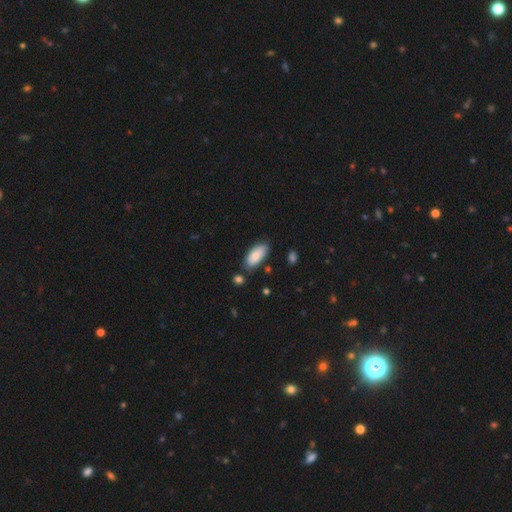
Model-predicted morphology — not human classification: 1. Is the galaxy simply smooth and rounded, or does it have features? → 85% smooth, 8% featured or disk, 6% star or artifact.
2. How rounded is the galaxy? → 88% in between, 10% cigar-shaped, 2% round.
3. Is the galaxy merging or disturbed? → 76% none, 17% minor disturbance, 4% merger, 3% major disturbance.